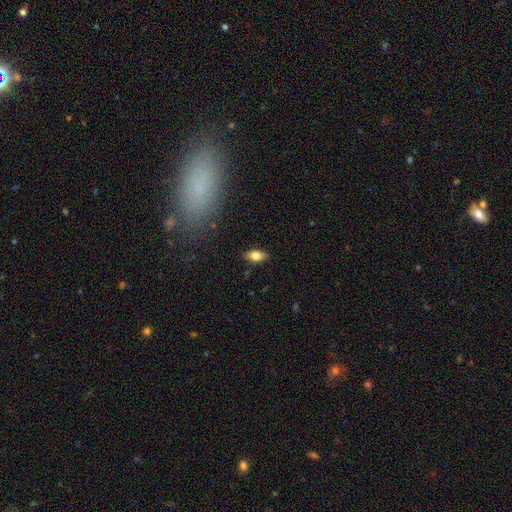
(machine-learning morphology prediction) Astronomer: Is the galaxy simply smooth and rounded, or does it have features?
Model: smooth — 74%.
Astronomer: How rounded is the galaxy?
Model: in between — 86%.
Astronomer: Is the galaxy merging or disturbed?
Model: none — 86%.